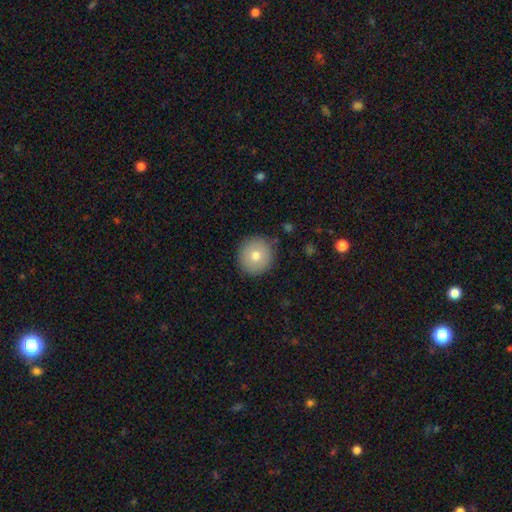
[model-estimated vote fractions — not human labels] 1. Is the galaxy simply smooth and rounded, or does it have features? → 75% smooth, 16% featured or disk, 9% star or artifact.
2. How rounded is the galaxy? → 92% round, 7% in between, 1% cigar-shaped.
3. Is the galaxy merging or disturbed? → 89% none, 7% minor disturbance, 2% major disturbance, 1% merger.